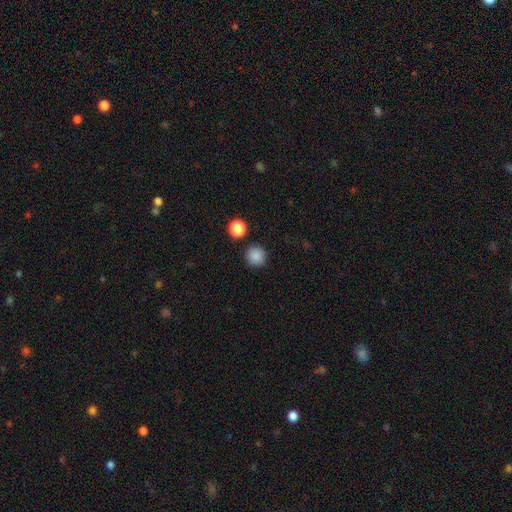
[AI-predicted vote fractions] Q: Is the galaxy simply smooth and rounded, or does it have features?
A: smooth — 87%.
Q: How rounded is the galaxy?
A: round — 94%.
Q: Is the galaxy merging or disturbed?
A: none — 90%.